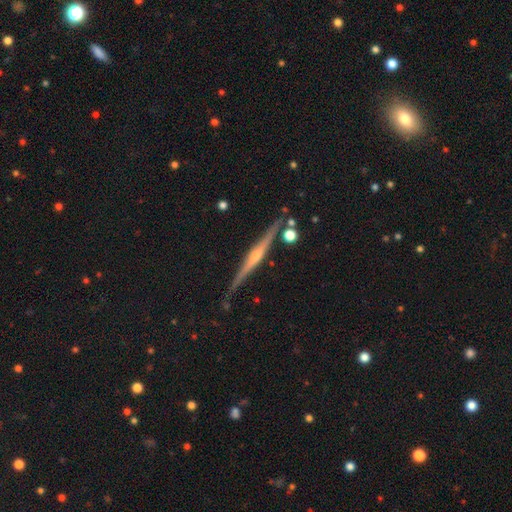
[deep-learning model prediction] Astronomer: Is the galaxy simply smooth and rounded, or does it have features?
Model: featured or disk — 83%.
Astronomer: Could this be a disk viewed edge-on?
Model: yes — 98%.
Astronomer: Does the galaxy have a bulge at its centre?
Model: rounded — 78%.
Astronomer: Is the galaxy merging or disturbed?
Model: none — 85%.